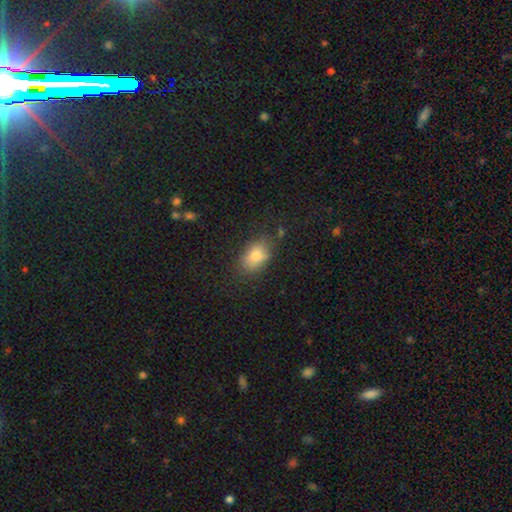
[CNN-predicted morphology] This appears to be a smooth galaxy with no disk features (78%) that is in between round and cigar-shaped (84%). Merging: none (73%).